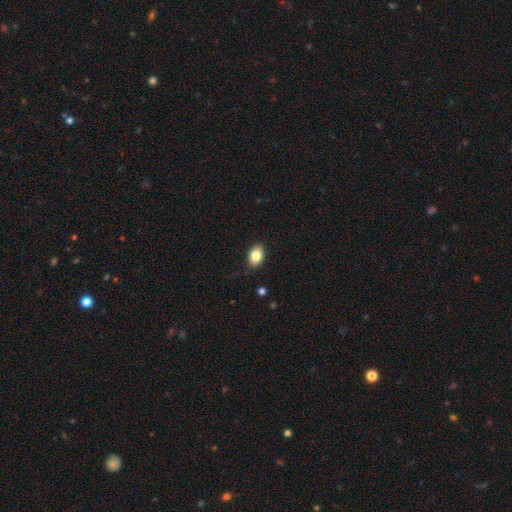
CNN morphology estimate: The model was most divided on "how rounded": in between: 86%, round: 13%, cigar-shaped: 1%. More confident: merging — none (87%); smooth or featured — smooth (84%).